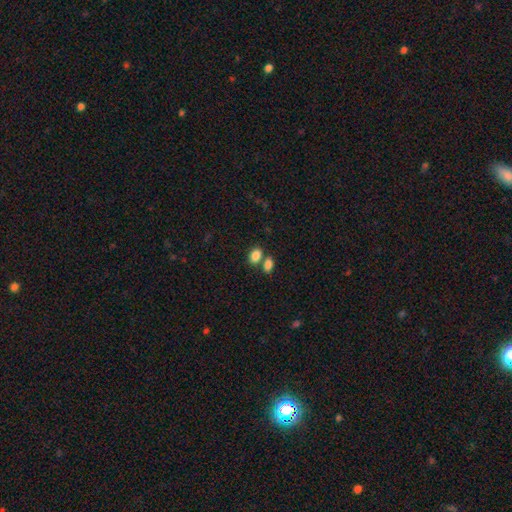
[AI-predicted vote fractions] Morphology: type=smooth (86%); roundness=in between (85%); merging=none (50%).